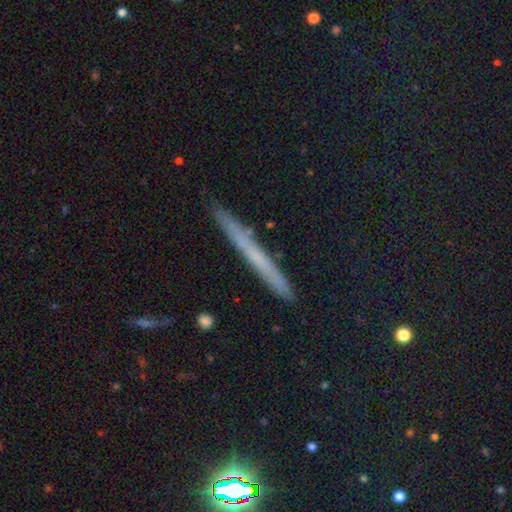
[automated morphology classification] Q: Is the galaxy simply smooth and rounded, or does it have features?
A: smooth — 41%.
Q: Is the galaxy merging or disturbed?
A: none — 88%.